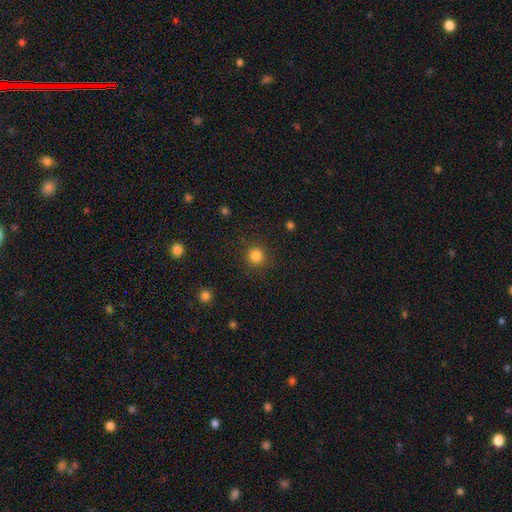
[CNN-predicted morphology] smooth_or_featured: smooth (p=0.83) [alt: star or artifact p=0.13]
how_rounded: round (p=0.93) [alt: in between p=0.06]
merging: none (p=0.89) [alt: minor disturbance p=0.07]